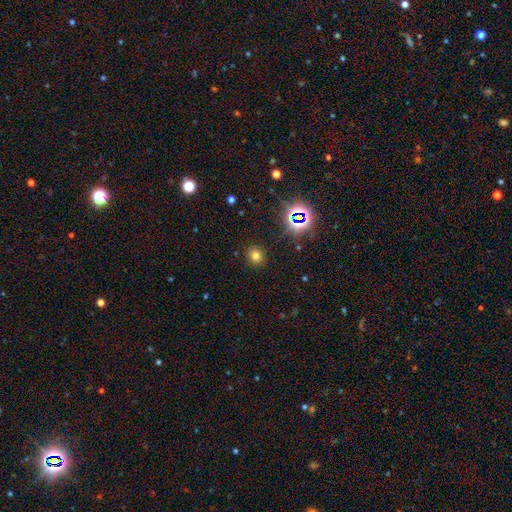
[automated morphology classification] This appears to be a smooth galaxy with no disk features (70%) that is round (72%). Merging: none (88%).